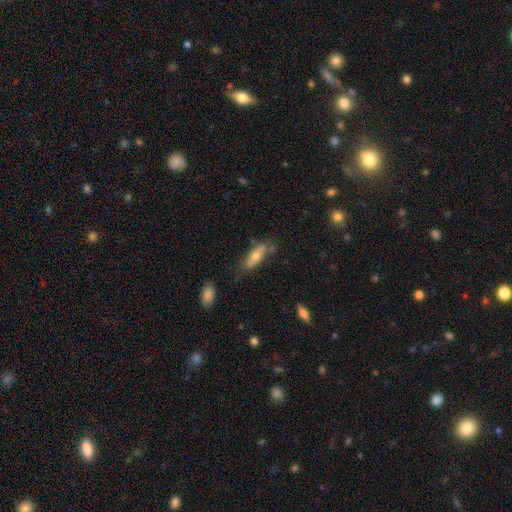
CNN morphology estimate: A smooth galaxy with no disk features (61%) that is in between round and cigar-shaped (55%).

Vote fractions:
- Smooth or featured? smooth: 61% / featured or disk: 32% / star or artifact: 8%
- How rounded? in between: 55% / cigar-shaped: 42% / round: 3%
- Merging? none: 61% / minor disturbance: 25% / major disturbance: 8% / merger: 6%